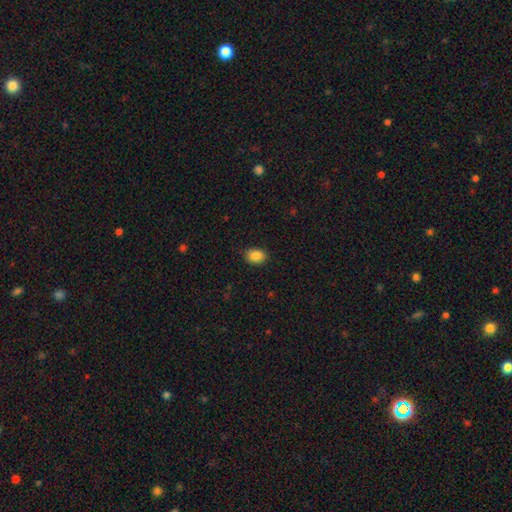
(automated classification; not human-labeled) The model was most divided on "how rounded": in between: 70%, round: 29%, cigar-shaped: 1%. More confident: smooth or featured — smooth (87%); merging — none (86%).